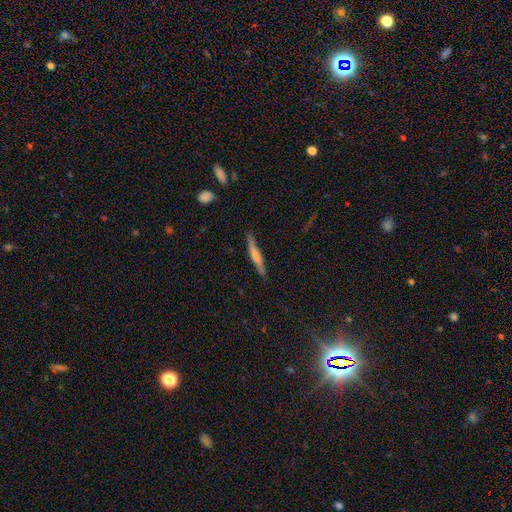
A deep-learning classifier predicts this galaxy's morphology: The model was most divided on "smooth or featured": smooth: 53%, featured or disk: 41%, star or artifact: 6%. More confident: how rounded — cigar-shaped (94%); merging — none (85%).